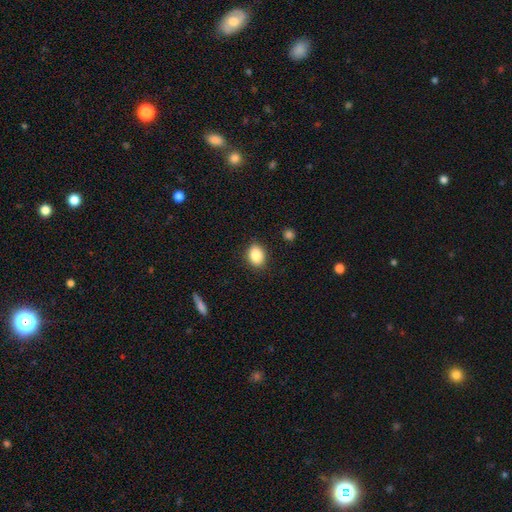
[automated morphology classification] Smooth or featured?
  - smooth: 87% *
  - star or artifact: 8%
  - featured or disk: 5%
How rounded?
  - in between: 64% *
  - round: 35%
  - cigar-shaped: 1%
Merging?
  - none: 86% *
  - minor disturbance: 10%
  - major disturbance: 3%
  - merger: 1%